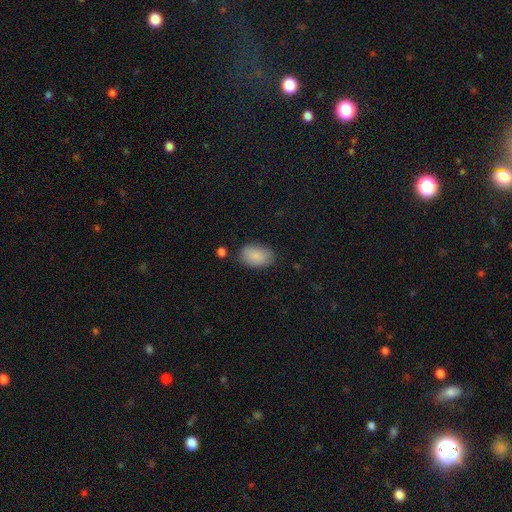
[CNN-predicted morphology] Overall: smooth (89%). How rounded: in between (92%). Merging: none (79%).